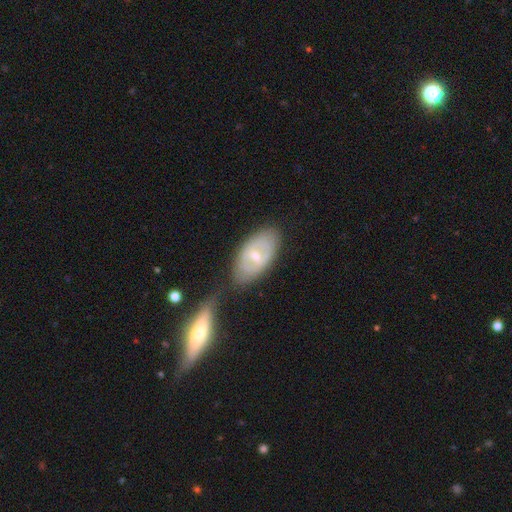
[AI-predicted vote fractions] smooth_or_featured: featured or disk (p=0.53) [alt: smooth p=0.41]
disk_edge_on: no (p=0.88) [alt: yes p=0.12]
merging: none (p=0.61) [alt: minor disturbance p=0.17]